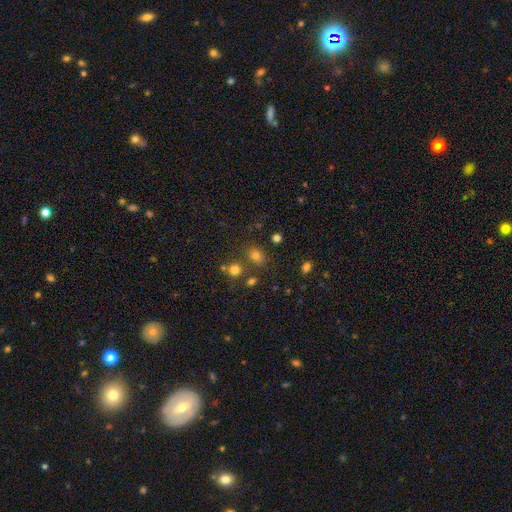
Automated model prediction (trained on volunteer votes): Smooth or featured? smooth (73%)
How rounded? in between (54%)
Merging? none (72%)